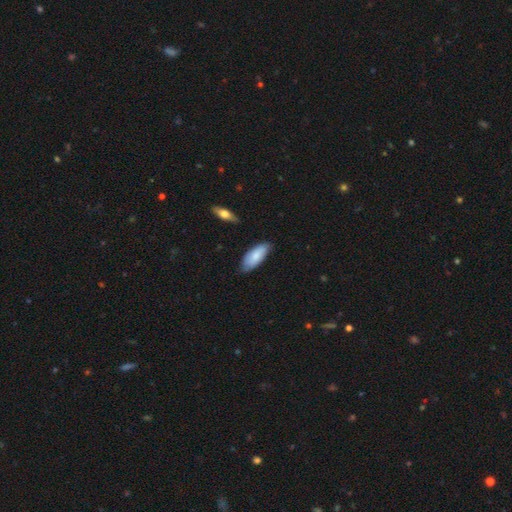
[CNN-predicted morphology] Q: Smooth or featured?
A: smooth (80%); runner-up: featured or disk (15%)
Q: How rounded?
A: in between (82%); runner-up: cigar-shaped (16%)
Q: Merging?
A: none (72%); runner-up: minor disturbance (23%)